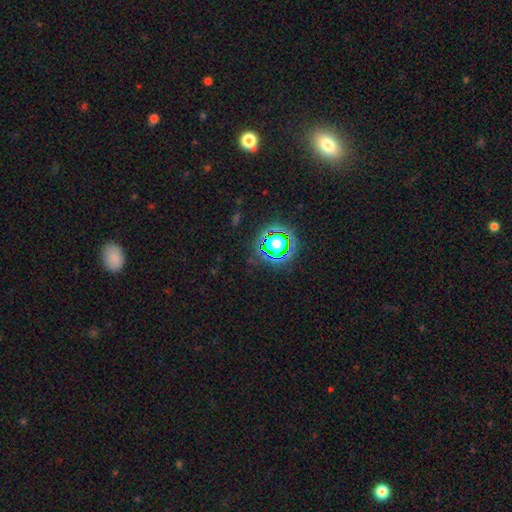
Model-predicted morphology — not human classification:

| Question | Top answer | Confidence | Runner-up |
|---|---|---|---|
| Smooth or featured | star or artifact | 70% | smooth (21%) |